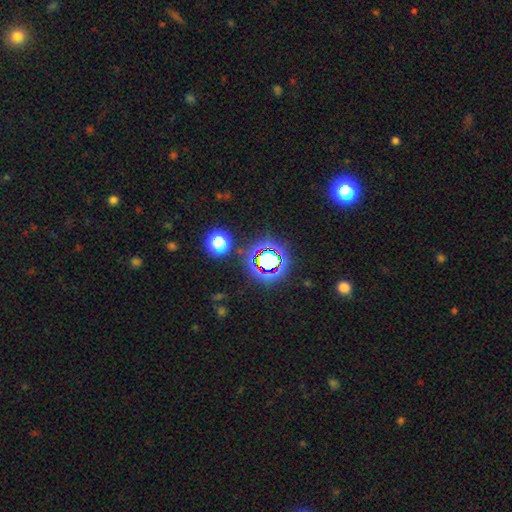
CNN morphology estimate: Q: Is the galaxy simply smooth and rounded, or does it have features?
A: star or artifact — 76%.